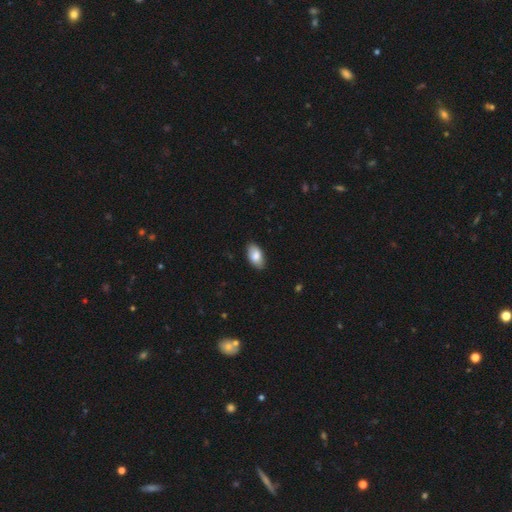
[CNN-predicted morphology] Q: Smooth or featured?
A: smooth (83%); runner-up: featured or disk (10%)
Q: How rounded?
A: in between (94%); runner-up: round (3%)
Q: Merging?
A: none (86%); runner-up: minor disturbance (11%)